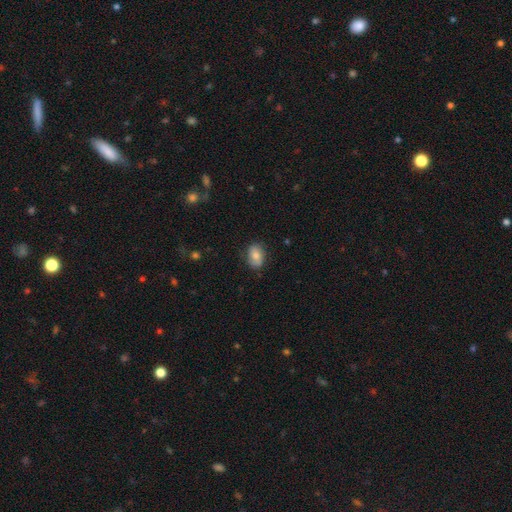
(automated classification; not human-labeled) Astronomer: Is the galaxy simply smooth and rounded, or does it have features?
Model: smooth — 68%.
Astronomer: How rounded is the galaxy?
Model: in between — 77%.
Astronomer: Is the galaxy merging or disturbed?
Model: none — 76%.